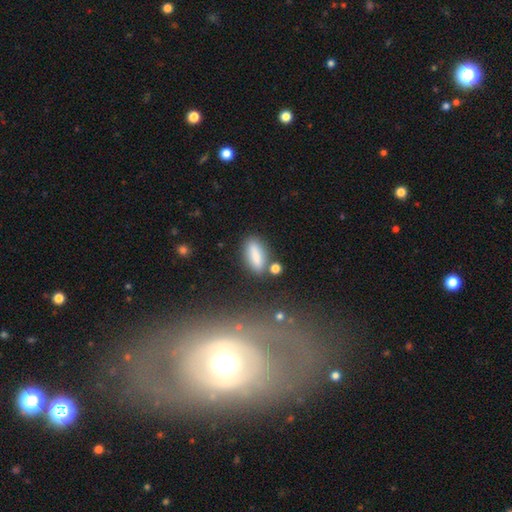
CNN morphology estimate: This appears to be a smooth galaxy with no disk features (81%) that is in between round and cigar-shaped (59%). Merging: none (74%).